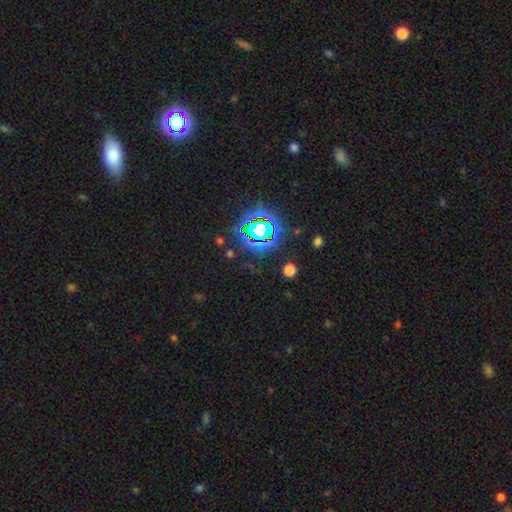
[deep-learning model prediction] smooth-or-featured: star or artifact: 78% | smooth: 14% | featured or disk: 8%